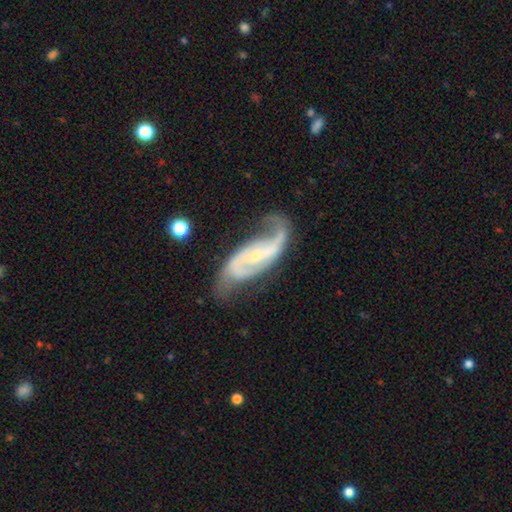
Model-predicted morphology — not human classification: The model was most divided on "bar": weak: 40%, strong: 38%, no: 22%. Remaining: spiral arms — yes (96%); edge-on disk — no (94%); smooth or featured — featured or disk (88%); spiral arm count — 2 (86%); bulge size — small (64%); merging — none (56%); spiral winding — medium (44%).